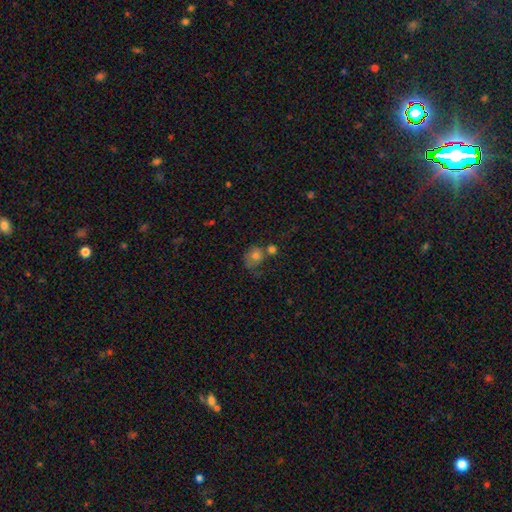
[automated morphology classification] Smooth or featured: smooth — 69% (featured or disk — 19%)
How rounded: round — 73% (in between — 26%)
Merging: none — 41% (merger — 25%)